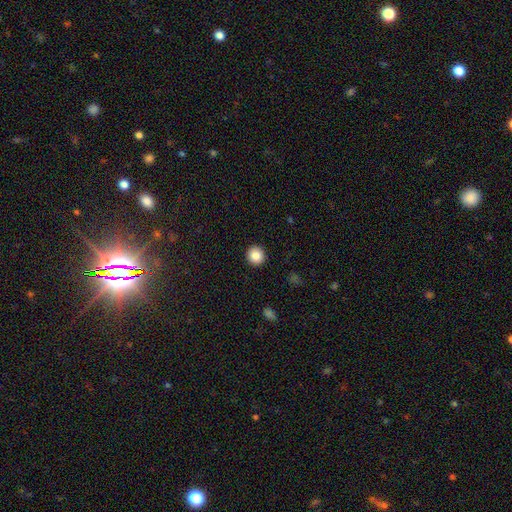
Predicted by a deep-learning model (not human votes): This is clearly a smooth galaxy (85%). How rounded: clearly round (93%). Merging: clearly none (93%).